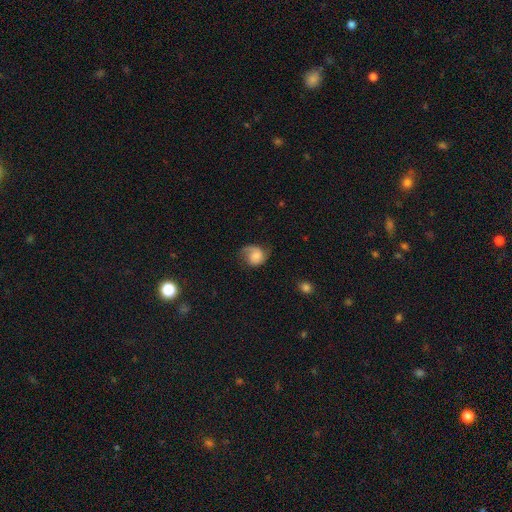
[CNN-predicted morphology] A featured or disk galaxy (56%) with no bar (71%), spiral arms (91%) and a small central bulge (38%). Merging: none (53%).